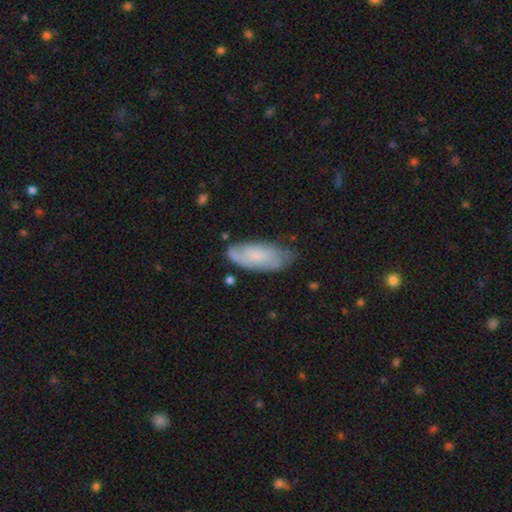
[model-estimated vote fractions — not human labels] smooth-or-featured: smooth: 53% | featured or disk: 40% | star or artifact: 7%
  how-rounded: in between: 84% | cigar-shaped: 14% | round: 2%
  merging: none: 64% | minor disturbance: 27% | major disturbance: 7% | merger: 2%